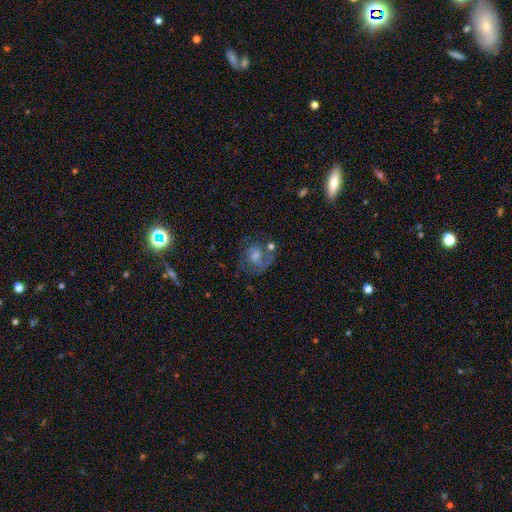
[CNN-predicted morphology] Smooth or featured?
  - featured or disk: 62% *
  - smooth: 22%
  - star or artifact: 16%
Edge-on disk?
  - no: 97% *
  - yes: 3%
Bar?
  - no: 68% *
  - weak: 27%
  - strong: 5%
Spiral arms?
  - yes: 80% *
  - no: 20%
Bulge size?
  - moderate: 54% *
  - small: 28%
  - large: 10%
  - none: 6%
  - dominant: 2%
Merging?
  - none: 58% *
  - minor disturbance: 17%
  - major disturbance: 15%
  - merger: 9%